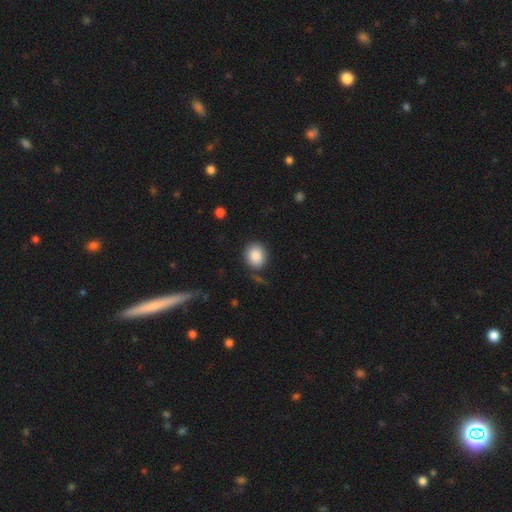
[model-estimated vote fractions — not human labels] A smooth galaxy with no disk features (88%) that is round (66%). Merging: none (79%).